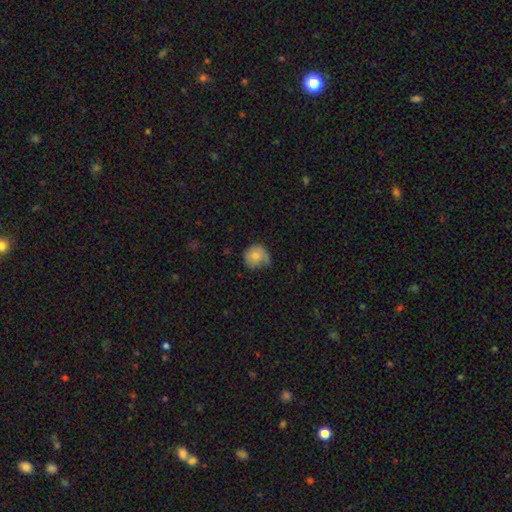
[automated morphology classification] smooth 79%, featured or disk 13%, star or artifact 8%. Down the decision tree: how rounded — round (83%); merging — none (48%).